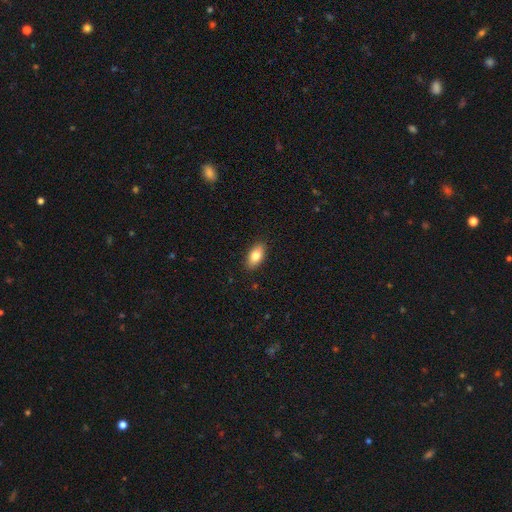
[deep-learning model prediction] smooth_or_featured: smooth (p=0.82) [alt: featured or disk p=0.11]
how_rounded: in between (p=0.90) [alt: cigar-shaped p=0.06]
merging: none (p=0.88) [alt: minor disturbance p=0.09]